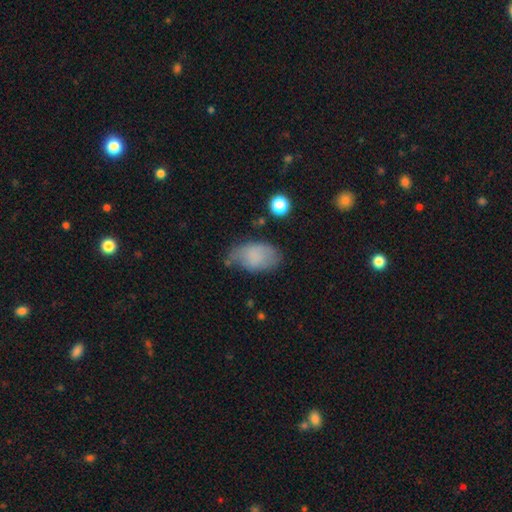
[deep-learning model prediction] Morphology: type=smooth (75%); roundness=in between (90%); merging=none (51%).